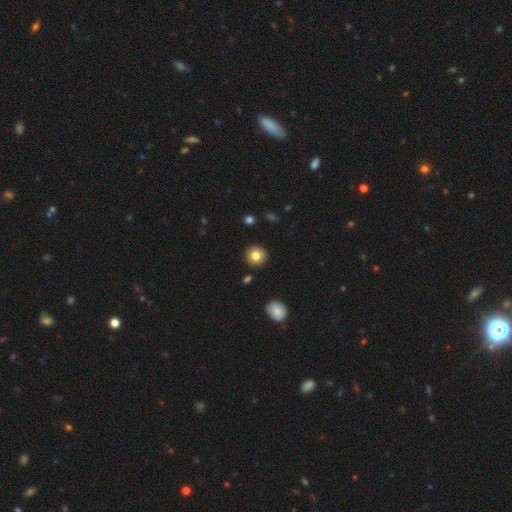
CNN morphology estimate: A smooth galaxy with no disk features (82%) that is round (92%). Merging: none (91%).